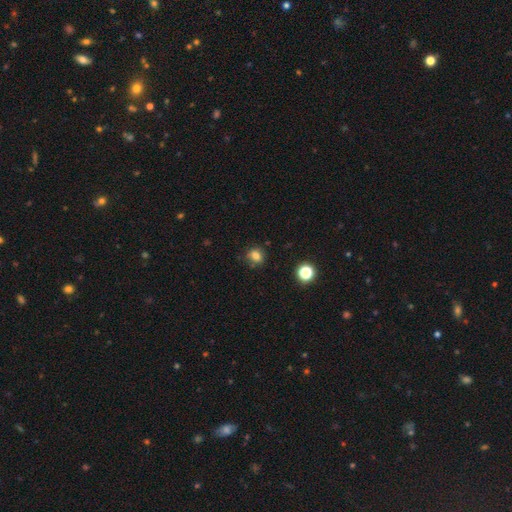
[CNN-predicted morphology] Q: Smooth or featured?
A: smooth (79%); runner-up: star or artifact (14%)
Q: How rounded?
A: round (63%); runner-up: in between (36%)
Q: Merging?
A: none (74%); runner-up: minor disturbance (17%)